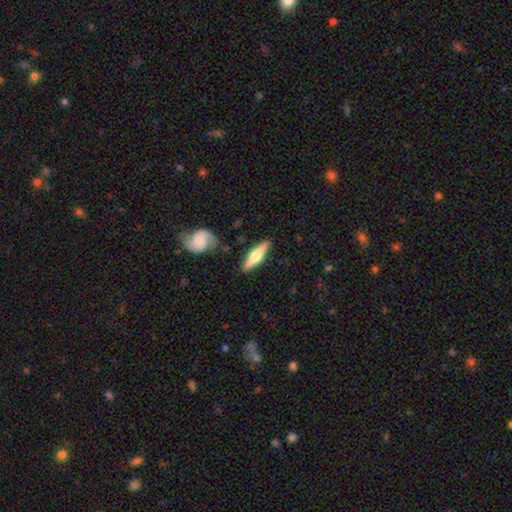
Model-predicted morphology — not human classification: Smooth or featured? featured or disk (56%)
Edge-on disk? yes (92%)
Edge-on bulge? rounded (91%)
Merging? none (85%)